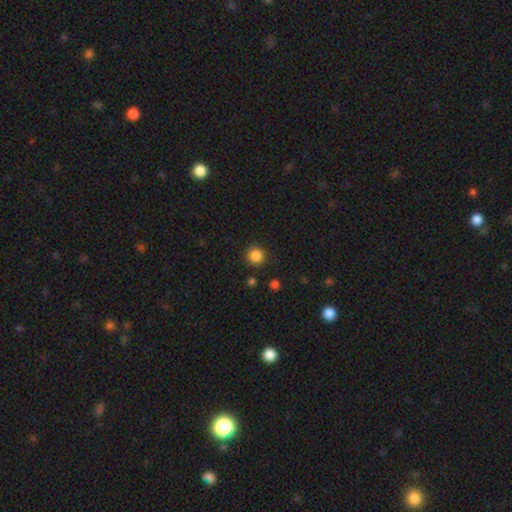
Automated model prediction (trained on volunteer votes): A smooth galaxy with no disk features (86%) that is round (94%). Merging: none (90%).